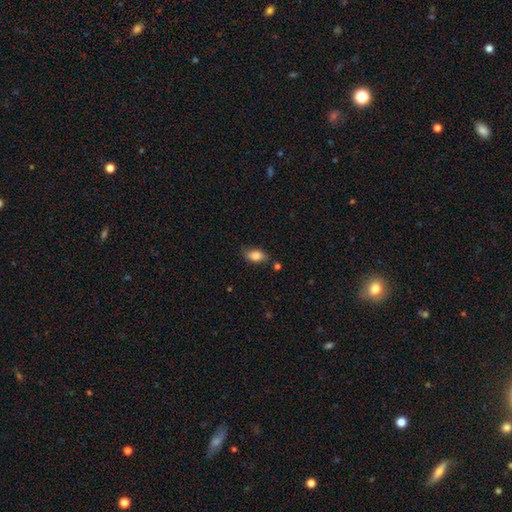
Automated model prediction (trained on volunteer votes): Smooth or featured? smooth (83%)
How rounded? in between (88%)
Merging? none (75%)